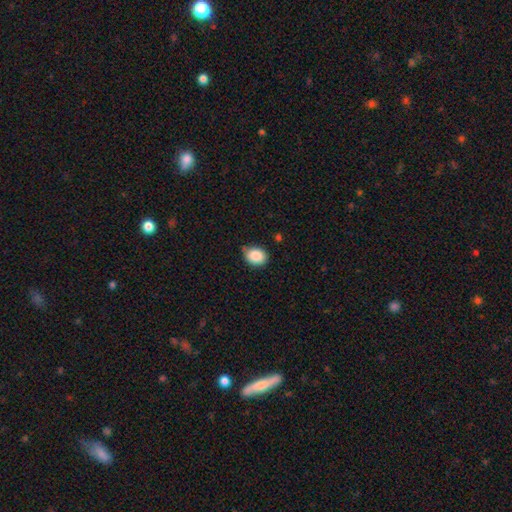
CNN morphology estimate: Q: Smooth or featured?
A: smooth (88%); runner-up: star or artifact (8%)
Q: How rounded?
A: in between (52%); runner-up: round (47%)
Q: Merging?
A: none (73%); runner-up: minor disturbance (22%)